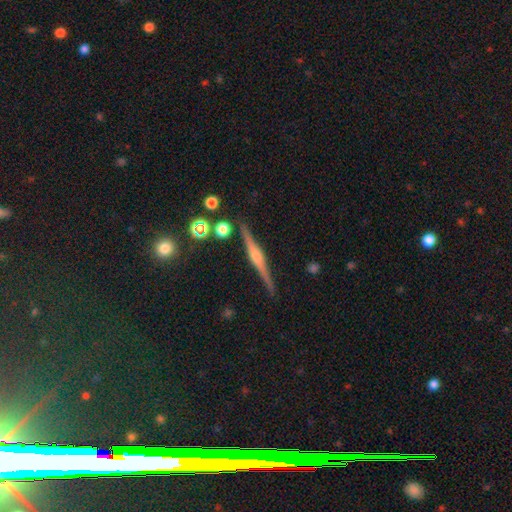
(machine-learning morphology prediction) featured or disk 79%, smooth 14%, star or artifact 7%. Down the decision tree: edge-on disk — yes (98%); edge-on bulge — rounded (80%); merging — none (90%).